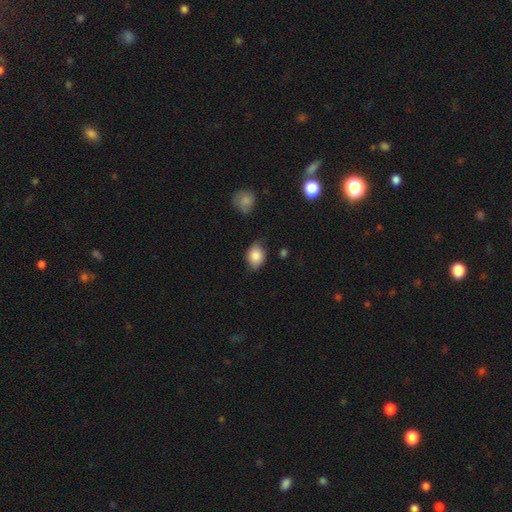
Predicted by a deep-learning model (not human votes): Q: Smooth or featured?
A: smooth (84%); runner-up: featured or disk (8%)
Q: How rounded?
A: in between (67%); runner-up: round (32%)
Q: Merging?
A: none (69%); runner-up: minor disturbance (24%)